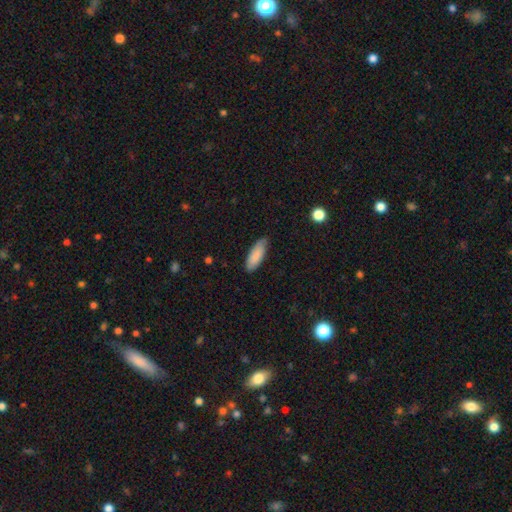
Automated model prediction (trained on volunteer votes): Smooth or featured: smooth — 86% (featured or disk — 8%)
How rounded: in between — 69% (cigar-shaped — 29%)
Merging: none — 79% (minor disturbance — 17%)